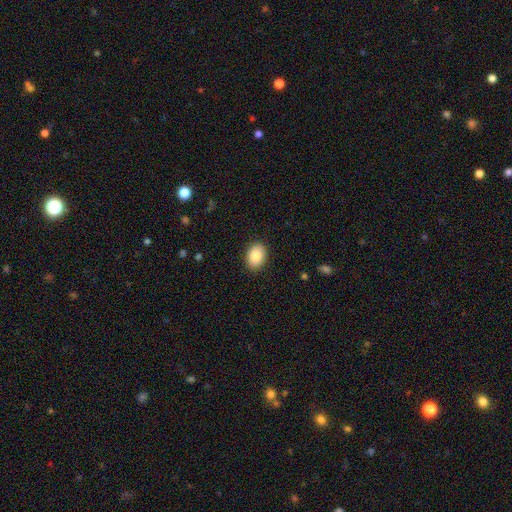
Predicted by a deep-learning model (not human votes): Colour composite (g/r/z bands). It shows a smooth galaxy with no disk features (88%) that is in between round and cigar-shaped (79%). Merging: none (89%).